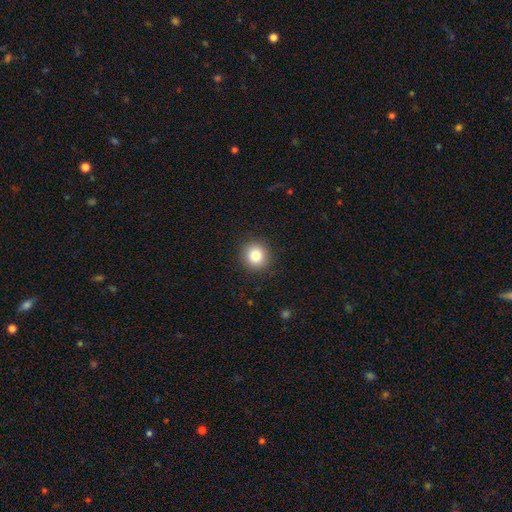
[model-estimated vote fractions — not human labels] A smooth galaxy with no disk features (83%) that is round (91%). Merging: none (91%).